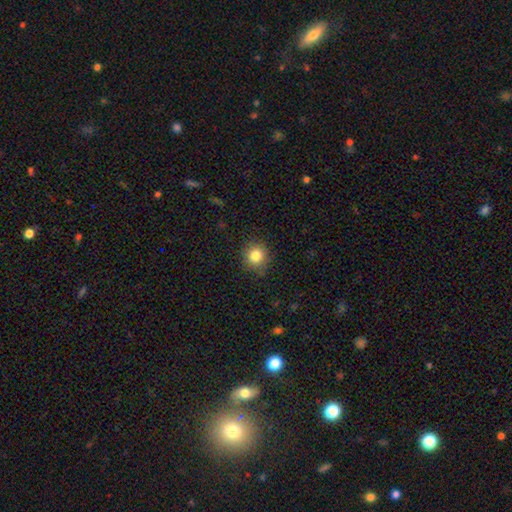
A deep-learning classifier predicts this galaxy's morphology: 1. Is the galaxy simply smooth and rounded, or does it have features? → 83% smooth, 11% star or artifact, 6% featured or disk.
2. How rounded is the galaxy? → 89% round, 10% in between, 1% cigar-shaped.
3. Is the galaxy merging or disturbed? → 87% none, 10% minor disturbance, 3% major disturbance, 1% merger.